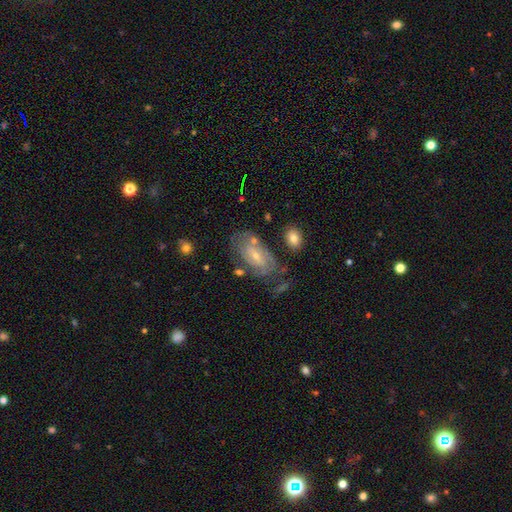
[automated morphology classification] smooth_or_featured: featured or disk (p=0.61) [alt: smooth p=0.31]
disk_edge_on: no (p=0.93) [alt: yes p=0.07]
bar: no (p=0.54) [alt: weak p=0.35]
has_spiral_arms: yes (p=0.72) [alt: no p=0.28]
bulge_size: small (p=0.67) [alt: moderate p=0.28]
merging: none (p=0.55) [alt: minor disturbance p=0.23]